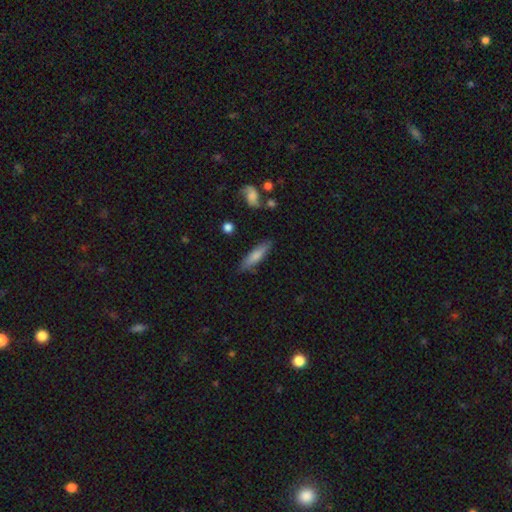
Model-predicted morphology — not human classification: Smooth or featured: smooth — 72% (featured or disk — 22%)
How rounded: cigar-shaped — 74% (in between — 24%)
Merging: none — 83% (minor disturbance — 13%)